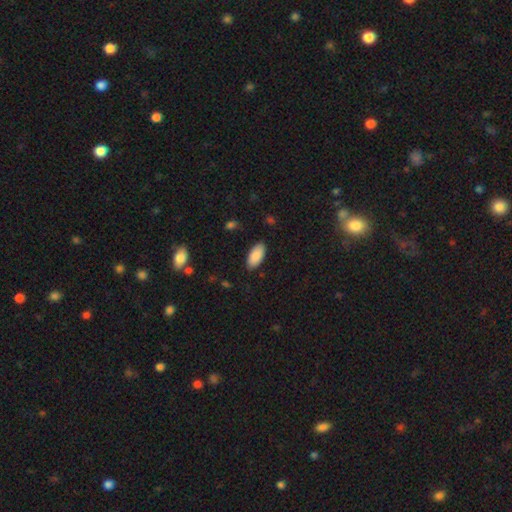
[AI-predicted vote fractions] Q: Smooth or featured?
A: smooth (89%); runner-up: star or artifact (6%)
Q: How rounded?
A: in between (93%); runner-up: cigar-shaped (6%)
Q: Merging?
A: none (87%); runner-up: minor disturbance (10%)